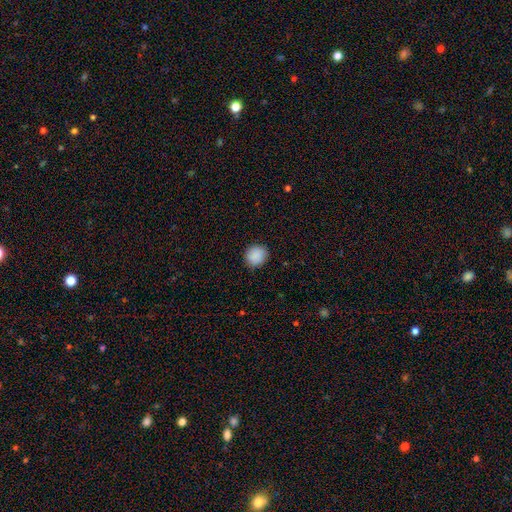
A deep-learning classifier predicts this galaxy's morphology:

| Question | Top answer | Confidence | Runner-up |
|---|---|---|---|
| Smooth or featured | smooth | 89% | star or artifact (8%) |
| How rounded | round | 83% | in between (16%) |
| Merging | none | 87% | minor disturbance (9%) |